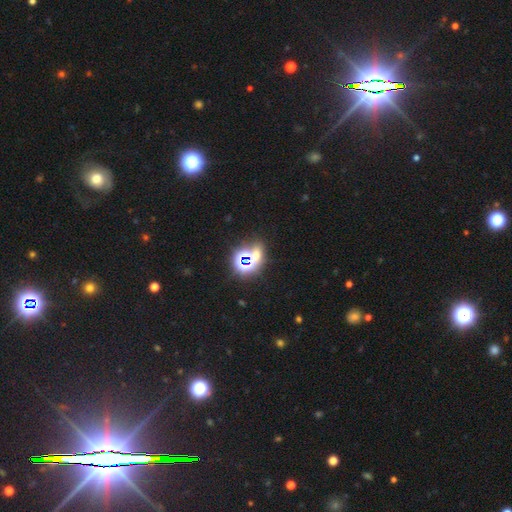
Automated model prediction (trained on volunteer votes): Morphology: type=star or artifact (66%).